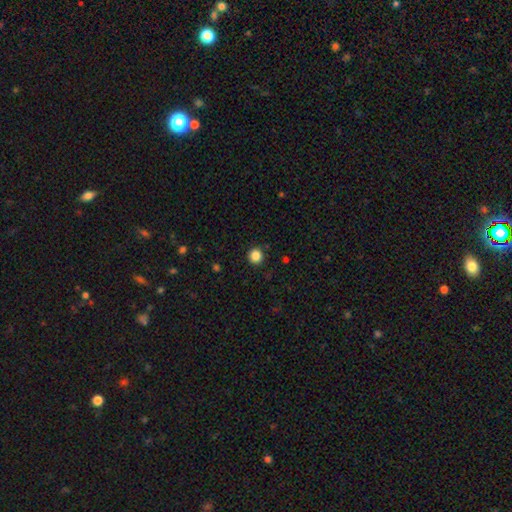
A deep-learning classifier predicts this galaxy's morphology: This appears to be a smooth galaxy with no disk features (86%) that is round (94%). Merging: none (92%).